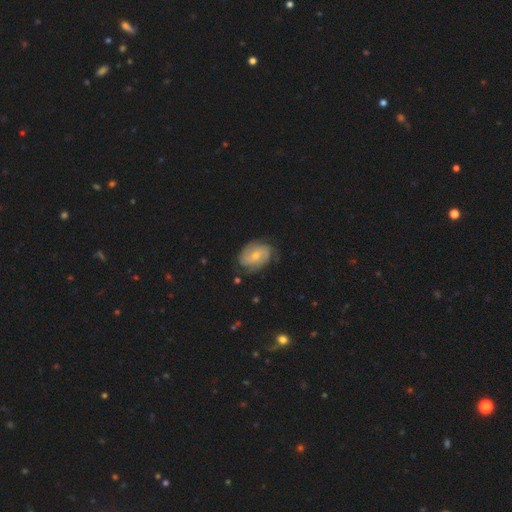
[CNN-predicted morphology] smooth-or-featured: featured or disk: 70% | smooth: 24% | star or artifact: 6%
  disk-edge-on: no: 97% | yes: 3%
    bar: no: 59% | weak: 34% | strong: 7%
    has-spiral-arms: yes: 90% | no: 10%
      spiral-winding: tight: 48% | medium: 37% | loose: 15%
      spiral-arm-count: 2: 42% | can't tell: 27% | 3: 18% | 4: 5% | 1: 4% | more than 4: 3%
    bulge-size: small: 53% | moderate: 43% | large: 2% | none: 2% | dominant: 1%
  merging: none: 68% | minor disturbance: 22% | major disturbance: 8% | merger: 2%